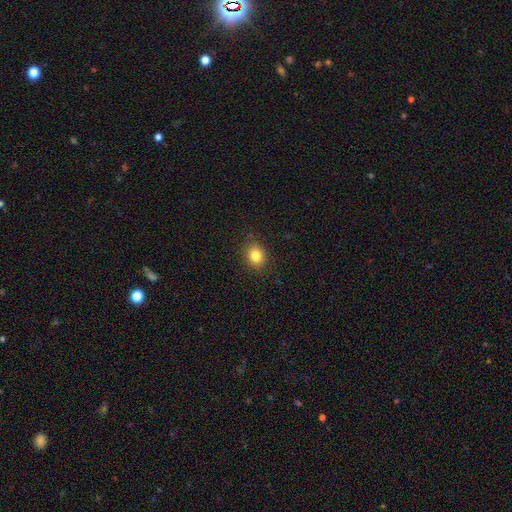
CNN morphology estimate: Smooth or featured: smooth — 82% (star or artifact — 11%)
How rounded: round — 63% (in between — 37%)
Merging: none — 89% (minor disturbance — 8%)